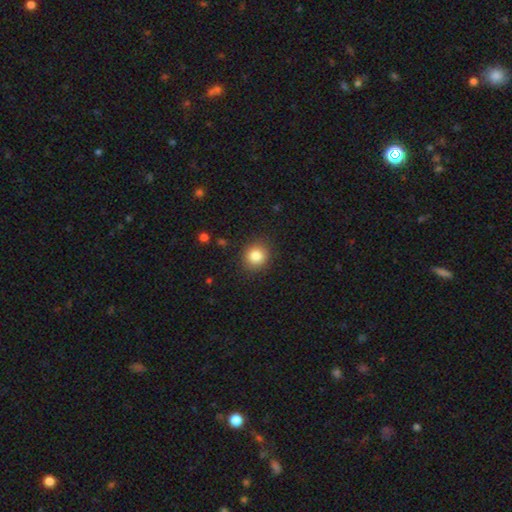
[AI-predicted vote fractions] smooth_or_featured: smooth (p=0.84) [alt: star or artifact p=0.10]
how_rounded: round (p=0.82) [alt: in between p=0.17]
merging: none (p=0.88) [alt: minor disturbance p=0.08]